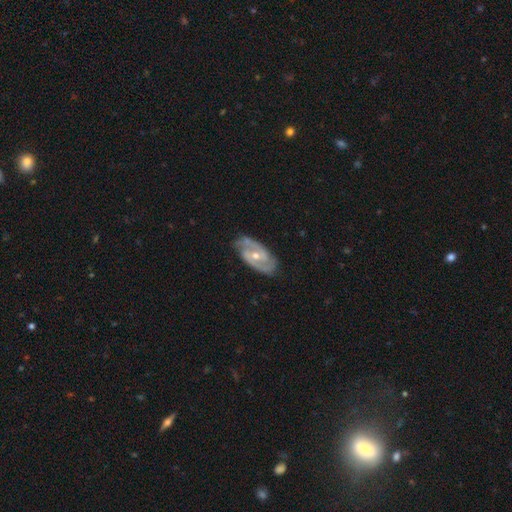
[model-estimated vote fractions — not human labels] Smooth or featured?
  - featured or disk: 88% *
  - smooth: 7%
  - star or artifact: 5%
Edge-on disk?
  - no: 95% *
  - yes: 5%
Bar?
  - weak: 44% *
  - no: 39%
  - strong: 17%
Spiral arms?
  - yes: 96% *
  - no: 4%
Spiral winding?
  - medium: 47% *
  - tight: 41%
  - loose: 11%
Spiral arm count?
  - 2: 86% *
  - can't tell: 5%
  - 3: 5%
  - 1: 2%
  - 4: 1%
  - more than 4: 1%
Bulge size?
  - moderate: 52% *
  - small: 45%
  - large: 1%
  - none: 1%
  - dominant: 1%
Merging?
  - none: 79% *
  - minor disturbance: 16%
  - major disturbance: 4%
  - merger: 1%